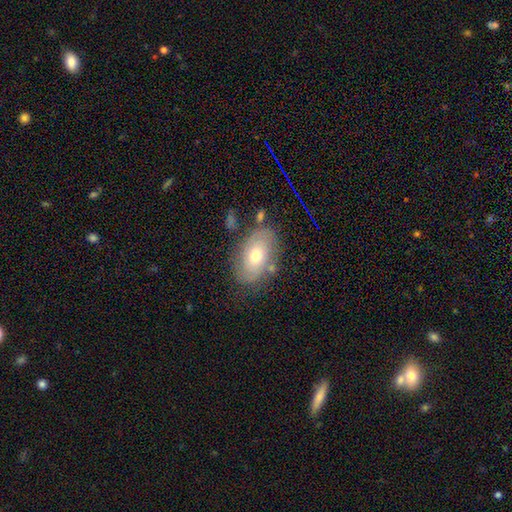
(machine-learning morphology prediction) A featured or disk galaxy (52%).

Vote fractions:
- Smooth or featured? featured or disk: 52% / smooth: 40% / star or artifact: 9%
- Edge-on disk? no: 92% / yes: 8%
- Merging? none: 71% / minor disturbance: 17% / major disturbance: 6% / merger: 5%